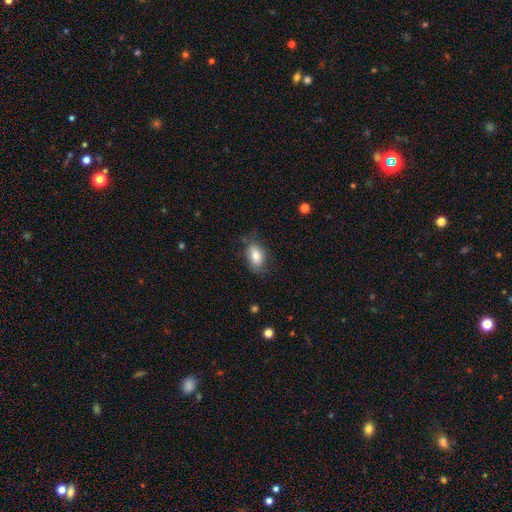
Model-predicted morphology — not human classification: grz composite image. It shows a smooth galaxy with no disk features (80%) that is in between round and cigar-shaped (88%). Merging: none (70%).